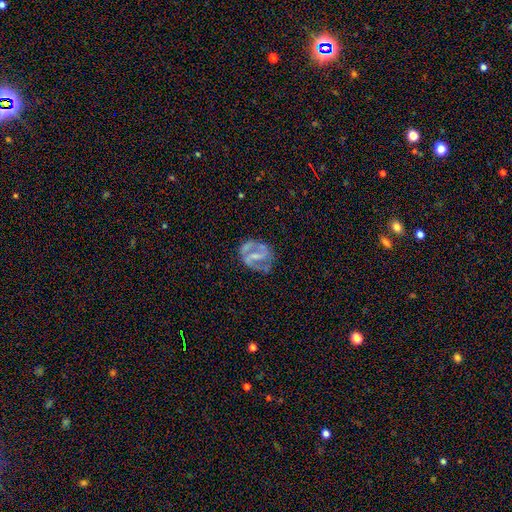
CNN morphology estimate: Smooth or featured? featured or disk (80%)
Edge-on disk? no (97%)
Bar? strong (45%)
Spiral arms? yes (83%)
Spiral winding? medium (51%)
Spiral arm count? 2 (84%)
Bulge size? small (45%)
Merging? none (64%)